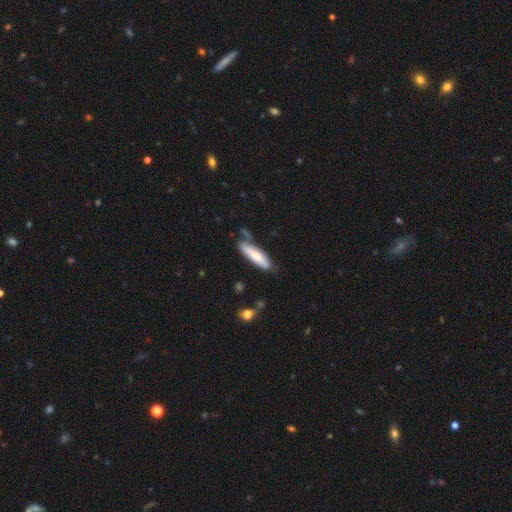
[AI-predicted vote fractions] smooth 73%, featured or disk 21%, star or artifact 6%. Down the decision tree: how rounded — cigar-shaped (72%); merging — none (64%).